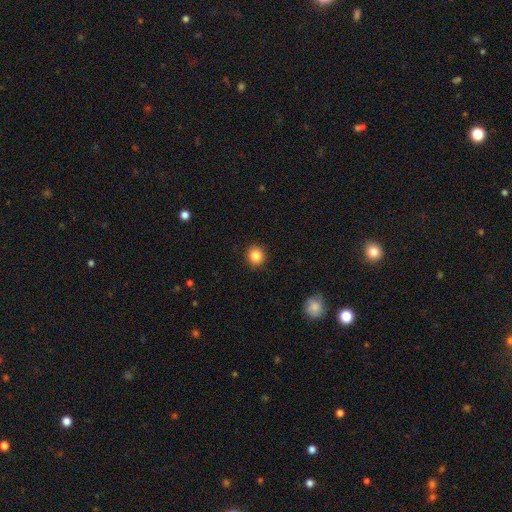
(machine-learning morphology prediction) smooth-or-featured: smooth: 85% | star or artifact: 10% | featured or disk: 4%
  how-rounded: round: 88% | in between: 11% | cigar-shaped: 1%
  merging: none: 92% | minor disturbance: 5% | major disturbance: 2% | merger: 1%